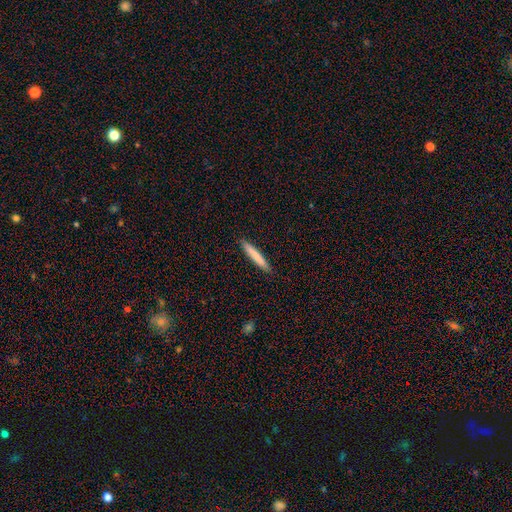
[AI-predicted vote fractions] Q: Smooth or featured?
A: smooth (78%); runner-up: featured or disk (16%)
Q: How rounded?
A: cigar-shaped (95%); runner-up: in between (4%)
Q: Merging?
A: none (90%); runner-up: minor disturbance (7%)